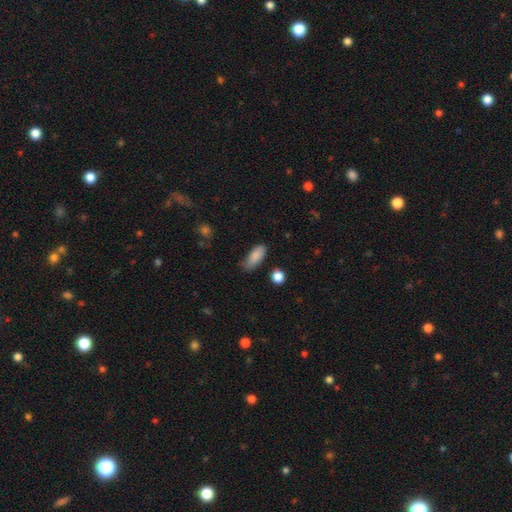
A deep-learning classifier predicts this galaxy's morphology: The model was most divided on "merging": none: 61%, minor disturbance: 30%, major disturbance: 6%, merger: 2%. More confident: smooth or featured — smooth (86%); how rounded — in between (80%).